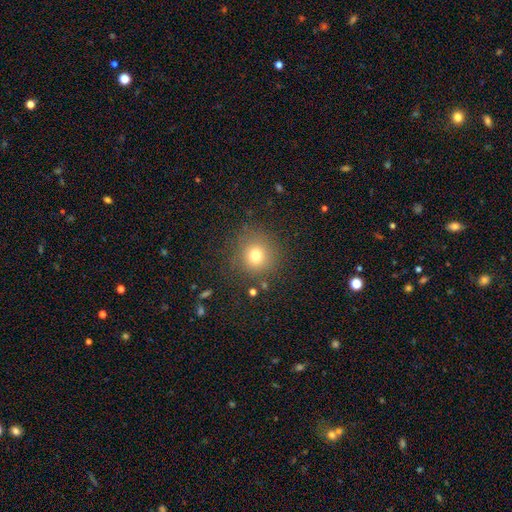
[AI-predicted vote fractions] The model was most divided on "smooth or featured": smooth: 74%, star or artifact: 16%, featured or disk: 10%. More confident: how rounded — round (92%); merging — none (84%).